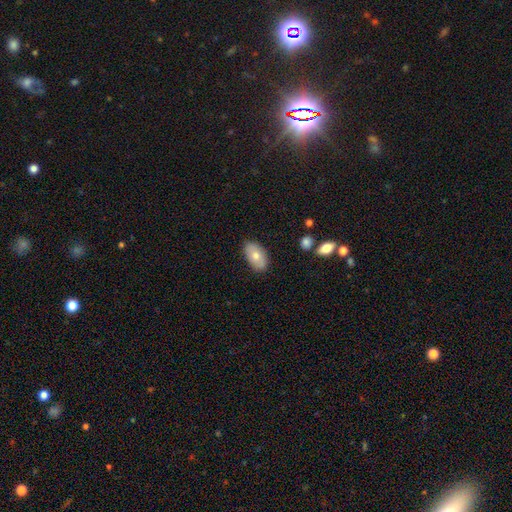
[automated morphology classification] smooth-or-featured: smooth: 70% | featured or disk: 23% | star or artifact: 7%
  how-rounded: in between: 93% | round: 5% | cigar-shaped: 2%
  merging: none: 83% | minor disturbance: 13% | major disturbance: 2% | merger: 2%